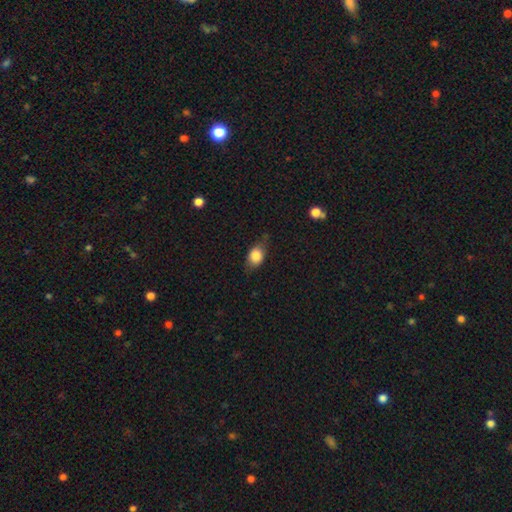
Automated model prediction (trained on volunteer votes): Overall: smooth (79%). How rounded: in between (69%). Merging: none (66%).